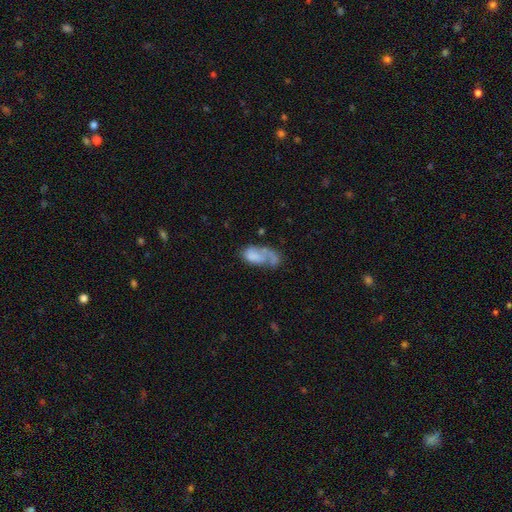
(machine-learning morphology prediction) Smooth or featured? Predicted: smooth (p=0.56). How rounded? Predicted: in between (p=0.90). Merging? Predicted: major disturbance (p=0.38).